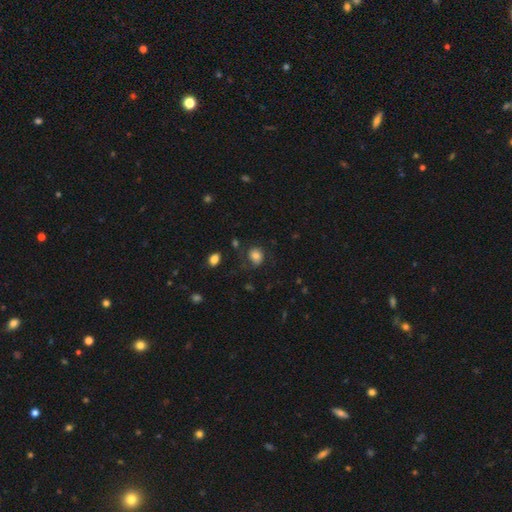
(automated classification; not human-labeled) smooth_or_featured: smooth (p=0.71) [alt: featured or disk p=0.18]
how_rounded: round (p=0.55) [alt: in between p=0.44]
merging: none (p=0.58) [alt: minor disturbance p=0.23]